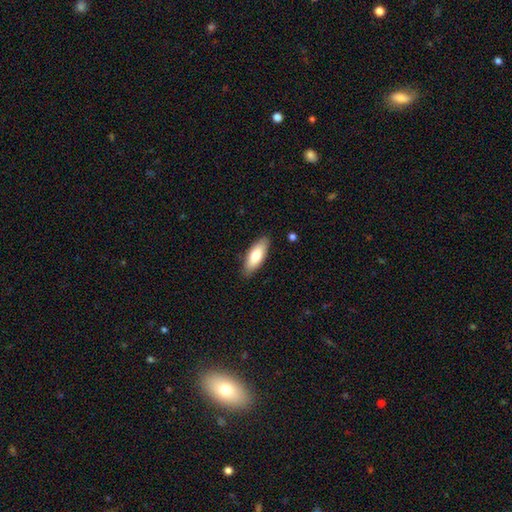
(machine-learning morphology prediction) smooth-or-featured: smooth: 77% | featured or disk: 17% | star or artifact: 6%
  how-rounded: in between: 71% | cigar-shaped: 27% | round: 2%
  merging: none: 86% | minor disturbance: 11% | major disturbance: 2% | merger: 1%